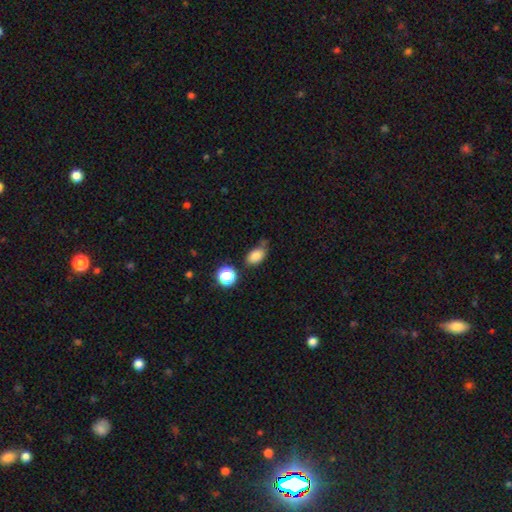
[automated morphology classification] smooth 83%, star or artifact 11%, featured or disk 7%. Down the decision tree: how rounded — in between (85%); merging — none (63%).